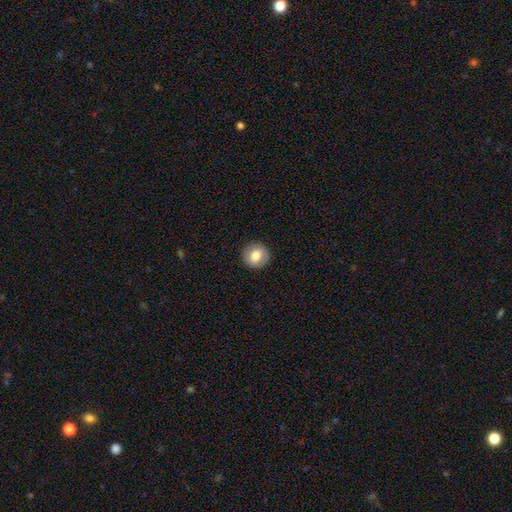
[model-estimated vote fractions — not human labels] A smooth galaxy with no disk features (74%) that is round (91%). Merging: none (90%).